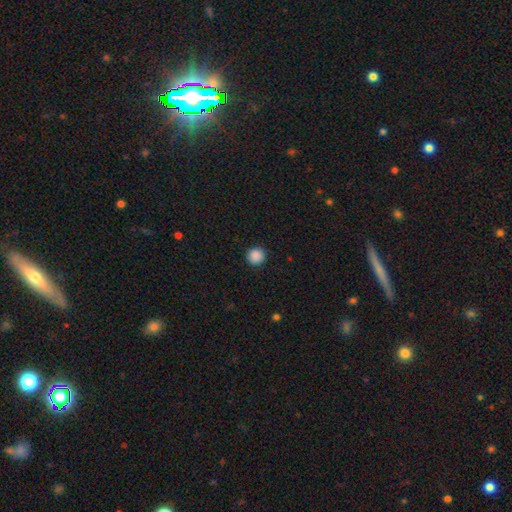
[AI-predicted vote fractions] Q: Smooth or featured?
A: smooth (88%); runner-up: star or artifact (9%)
Q: How rounded?
A: round (94%); runner-up: in between (5%)
Q: Merging?
A: none (92%); runner-up: minor disturbance (6%)